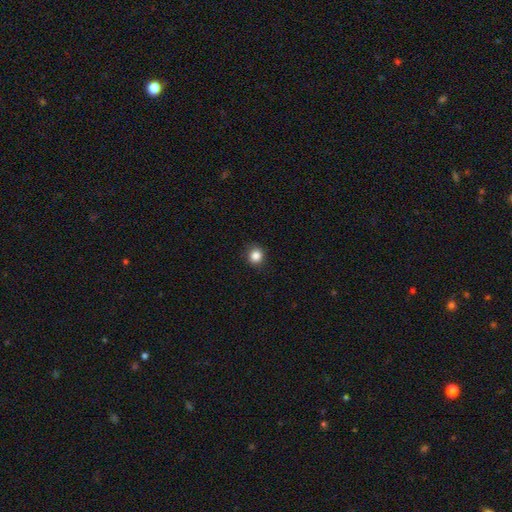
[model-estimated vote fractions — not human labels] Overall: smooth (86%). How rounded: round (86%). Merging: none (88%).